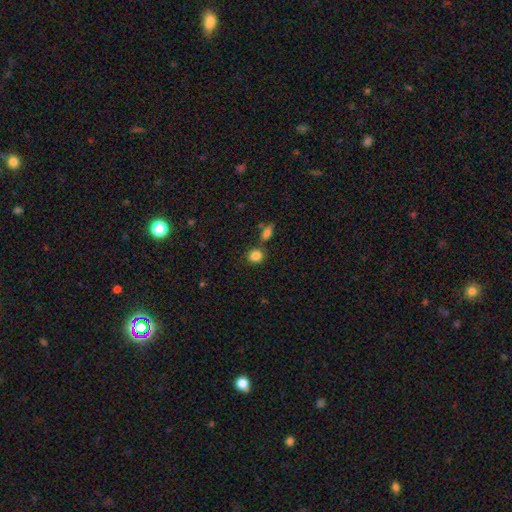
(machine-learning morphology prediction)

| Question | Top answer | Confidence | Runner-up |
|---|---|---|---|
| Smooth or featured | smooth | 85% | star or artifact (10%) |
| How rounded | round | 78% | in between (21%) |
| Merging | none | 75% | merger (12%) |